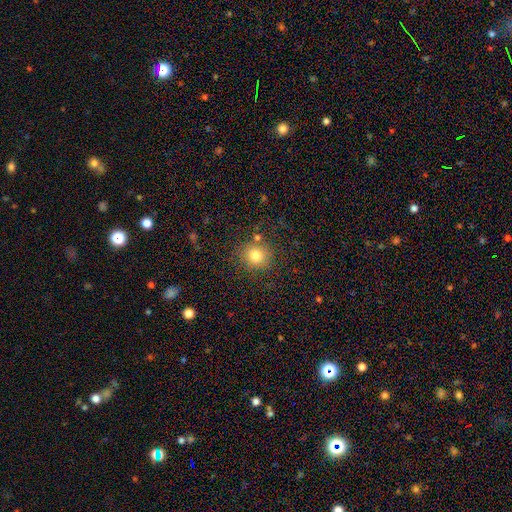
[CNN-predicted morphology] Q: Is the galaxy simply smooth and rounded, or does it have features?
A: smooth — 78%.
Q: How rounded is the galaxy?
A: round — 88%.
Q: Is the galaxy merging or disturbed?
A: none — 82%.